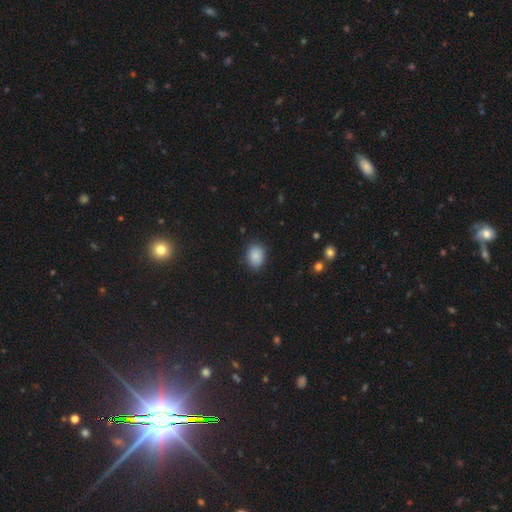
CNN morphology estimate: type=smooth (86%); roundness=in between (65%); merging=none (82%).